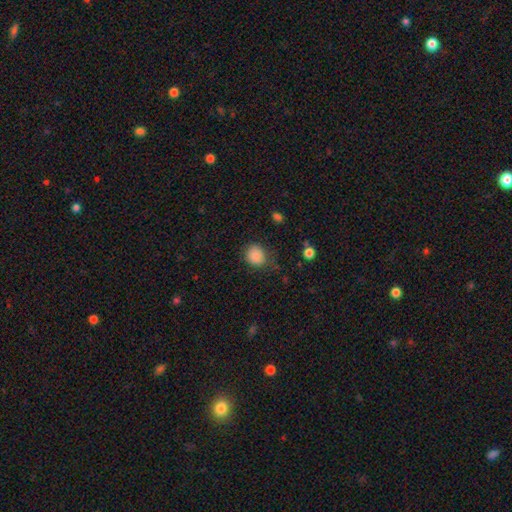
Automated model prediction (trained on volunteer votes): A smooth galaxy with no disk features (86%) that is round (69%).

Vote fractions:
- Smooth or featured? smooth: 86% / star or artifact: 9% / featured or disk: 4%
- How rounded? round: 69% / in between: 30% / cigar-shaped: 1%
- Merging? none: 74% / minor disturbance: 18% / major disturbance: 6% / merger: 2%